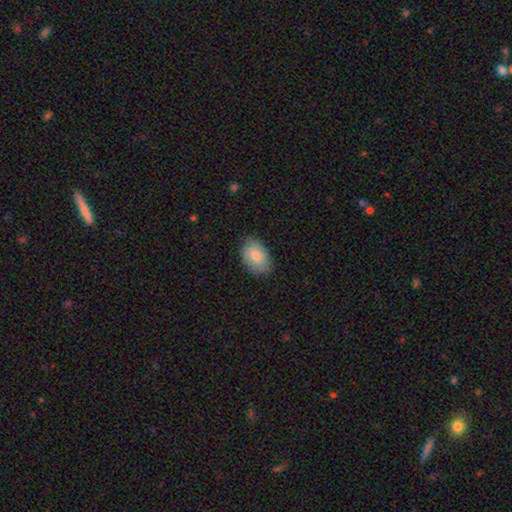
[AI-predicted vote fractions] This is likely a smooth galaxy (77%). How rounded: clearly in between (89%). Merging: likely none (76%).